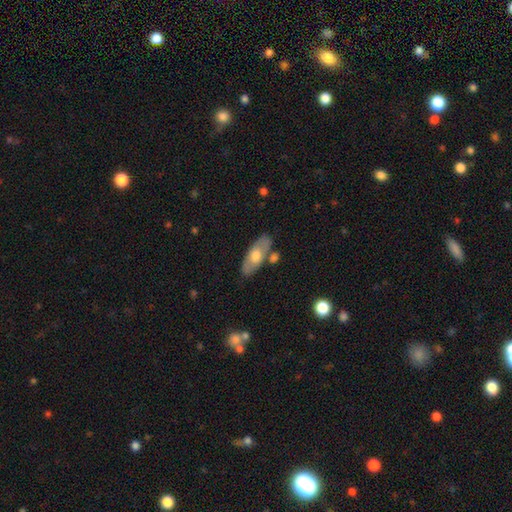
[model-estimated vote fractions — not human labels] This is possibly a smooth galaxy (57%). How rounded: likely in between (78%). Merging: likely none (75%).